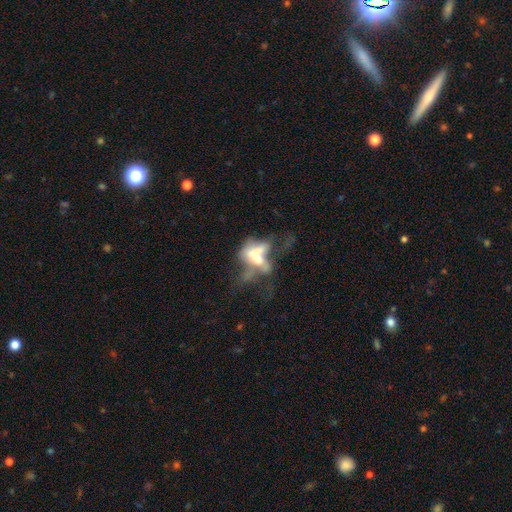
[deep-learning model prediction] featured or disk 50%, smooth 37%, star or artifact 14%. Down the decision tree: merging — major disturbance (41%).